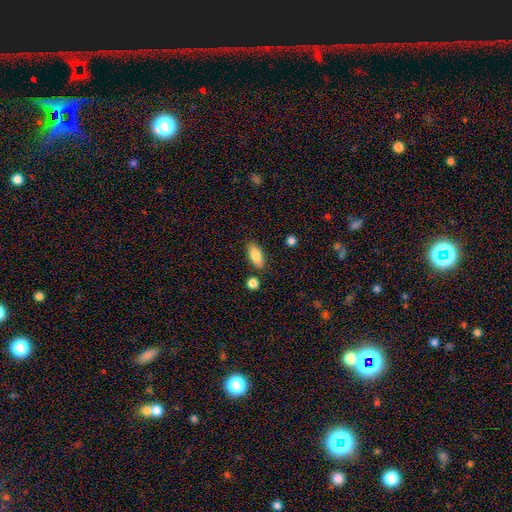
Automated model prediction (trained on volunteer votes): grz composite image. It shows a smooth galaxy with no disk features (82%) that is in between round and cigar-shaped (85%). Merging: none (83%).